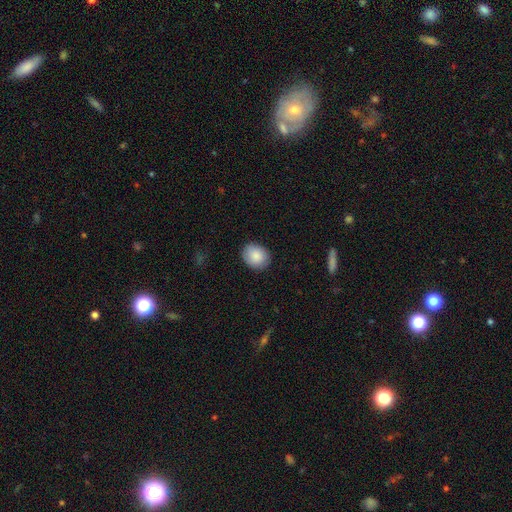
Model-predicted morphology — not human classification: A smooth galaxy with no disk features (87%) that is round (54%).

Vote fractions:
- Smooth or featured? smooth: 87% / star or artifact: 7% / featured or disk: 6%
- How rounded? round: 54% / in between: 46% / cigar-shaped: 1%
- Merging? none: 86% / minor disturbance: 11% / major disturbance: 2% / merger: 1%